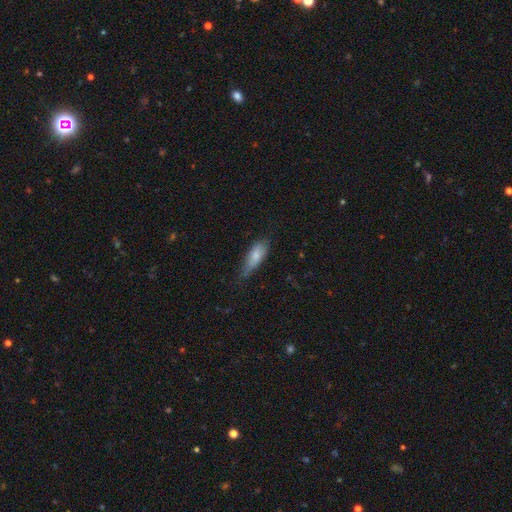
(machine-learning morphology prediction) Overall: smooth (76%). How rounded: in between (70%). Merging: none (46%; minor disturbance 41%).